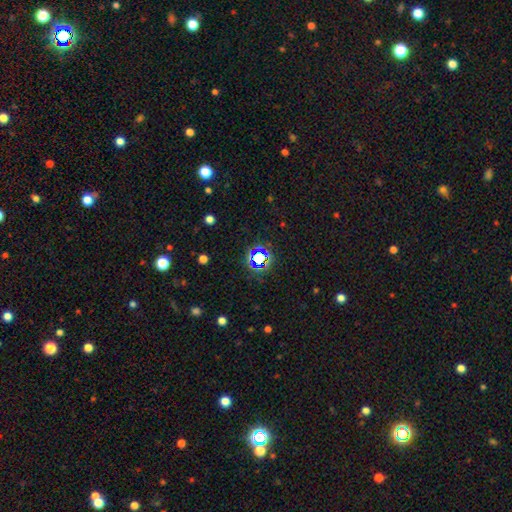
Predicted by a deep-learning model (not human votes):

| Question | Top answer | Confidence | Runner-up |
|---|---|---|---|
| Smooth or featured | star or artifact | 67% | smooth (25%) |